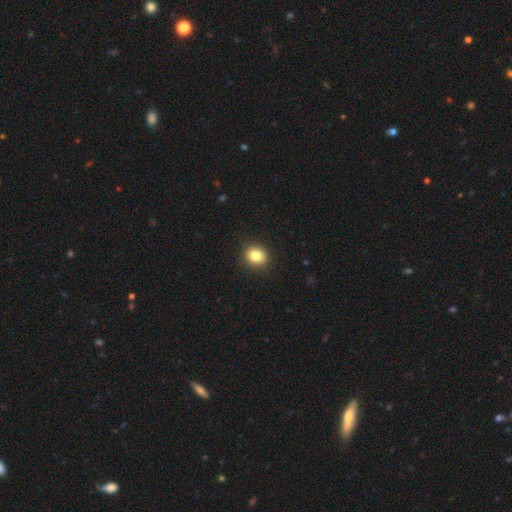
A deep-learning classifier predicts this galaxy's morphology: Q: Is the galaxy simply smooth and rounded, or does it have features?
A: smooth — 84%.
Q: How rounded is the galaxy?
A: round — 72%.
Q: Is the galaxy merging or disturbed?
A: none — 90%.